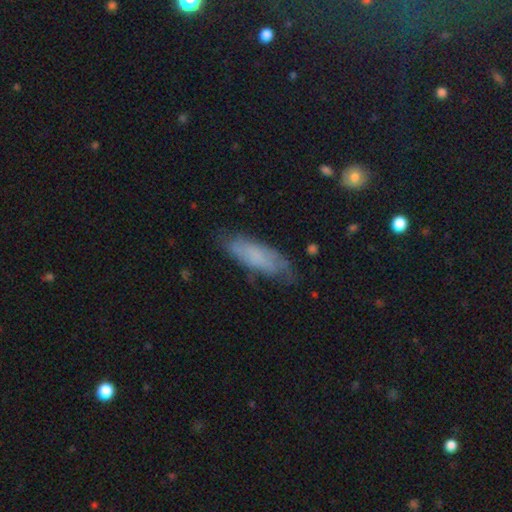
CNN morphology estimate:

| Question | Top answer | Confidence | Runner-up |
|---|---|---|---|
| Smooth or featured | smooth | 62% | featured or disk (30%) |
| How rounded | in between | 54% | cigar-shaped (44%) |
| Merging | none | 67% | minor disturbance (24%) |